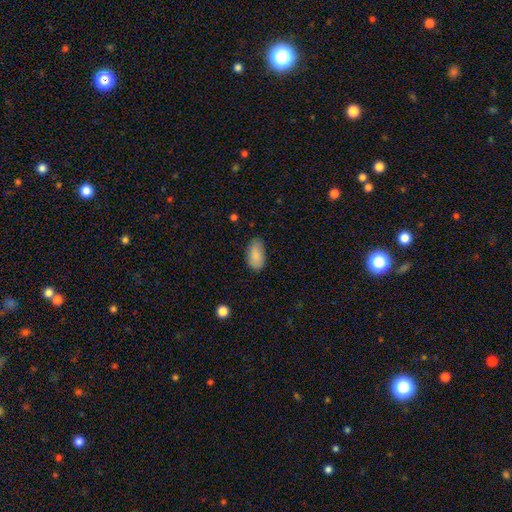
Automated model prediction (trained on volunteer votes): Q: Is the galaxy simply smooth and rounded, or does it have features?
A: smooth — 86%.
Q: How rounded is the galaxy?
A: in between — 94%.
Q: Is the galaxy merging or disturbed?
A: none — 75%.